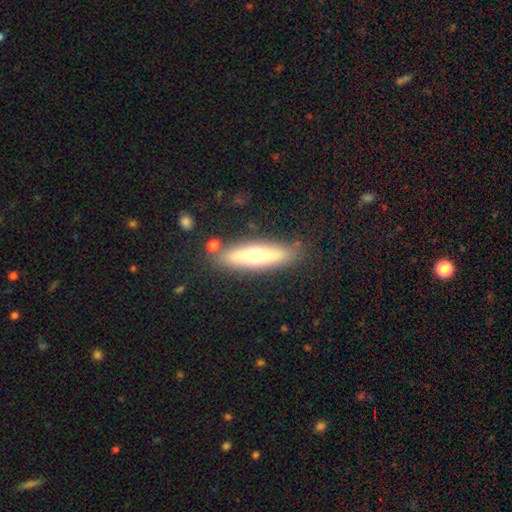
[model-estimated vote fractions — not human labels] Morphology: type=smooth (53%); roundness=cigar-shaped (67%); merging=none (82%).